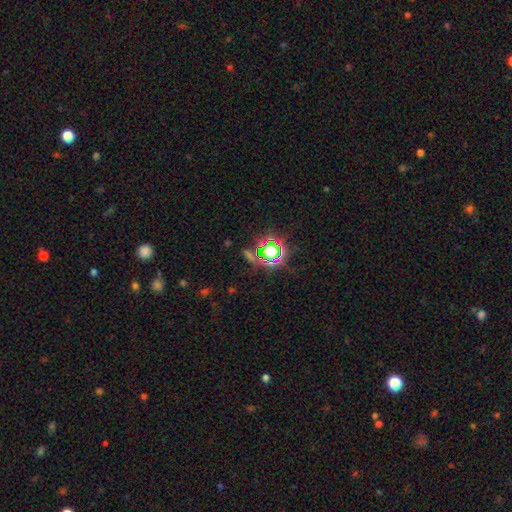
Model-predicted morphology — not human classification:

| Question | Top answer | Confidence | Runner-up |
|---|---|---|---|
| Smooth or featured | star or artifact | 76% | smooth (15%) |